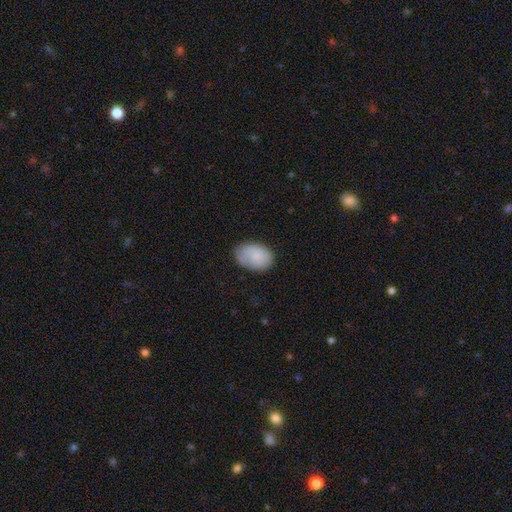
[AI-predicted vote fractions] smooth-or-featured: smooth: 77% | featured or disk: 16% | star or artifact: 7%
  how-rounded: in between: 84% | round: 15% | cigar-shaped: 1%
  merging: none: 61% | minor disturbance: 29% | major disturbance: 8% | merger: 2%